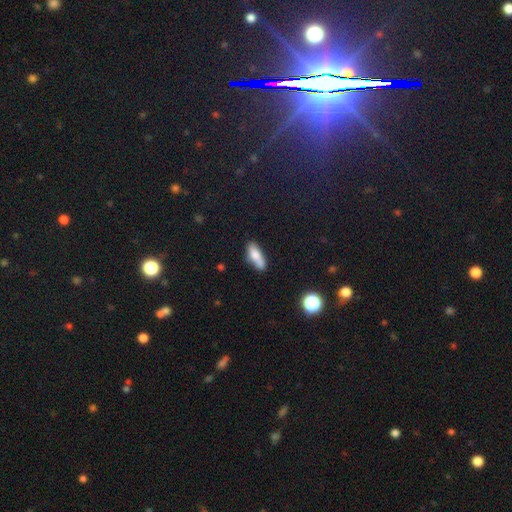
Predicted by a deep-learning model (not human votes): Morphology: type=smooth (69%); roundness=in between (56%); merging=none (59%).